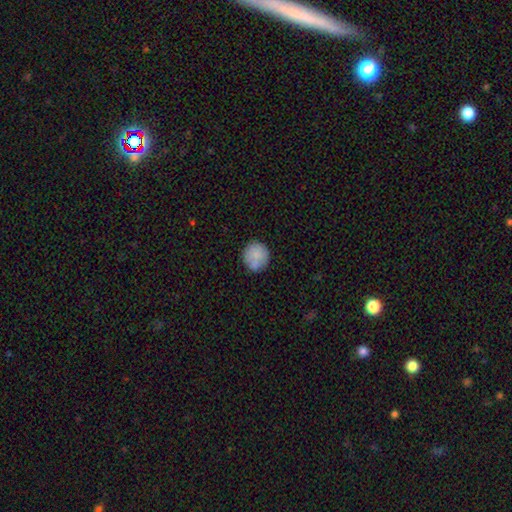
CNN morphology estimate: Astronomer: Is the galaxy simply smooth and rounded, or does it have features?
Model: smooth — 80%.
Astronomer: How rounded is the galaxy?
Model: round — 91%.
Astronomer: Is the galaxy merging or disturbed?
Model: none — 74%.